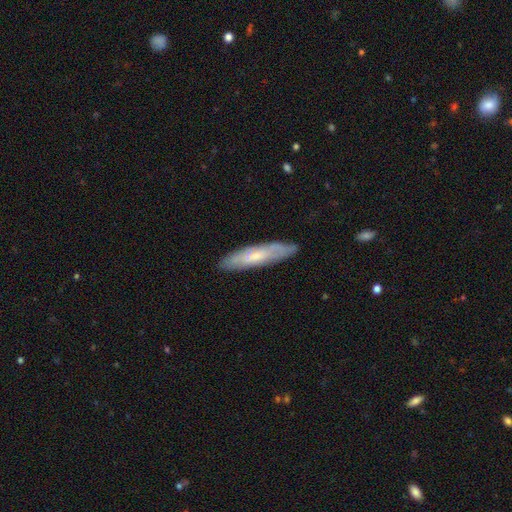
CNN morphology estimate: type=smooth (51%); roundness=cigar-shaped (82%); merging=none (85%).